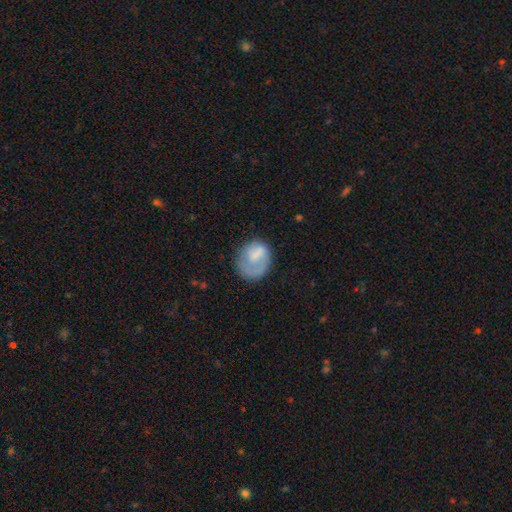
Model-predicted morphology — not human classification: Smooth or featured? smooth (65%)
How rounded? round (60%)
Merging? none (48%)